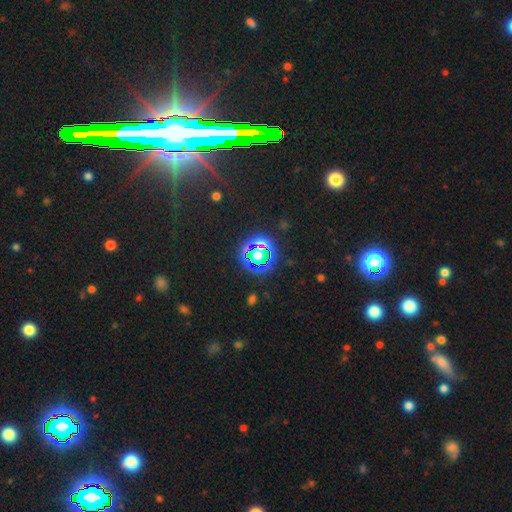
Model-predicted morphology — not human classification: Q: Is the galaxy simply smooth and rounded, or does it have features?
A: star or artifact — 65%.